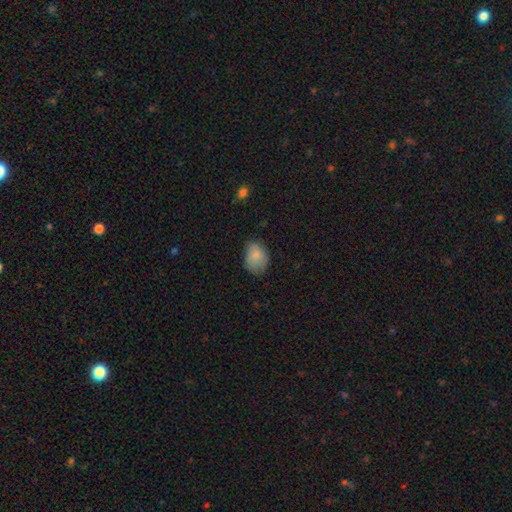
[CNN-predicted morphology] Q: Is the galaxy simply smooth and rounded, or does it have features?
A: smooth — 84%.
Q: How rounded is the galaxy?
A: in between — 71%.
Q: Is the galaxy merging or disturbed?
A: none — 61%.